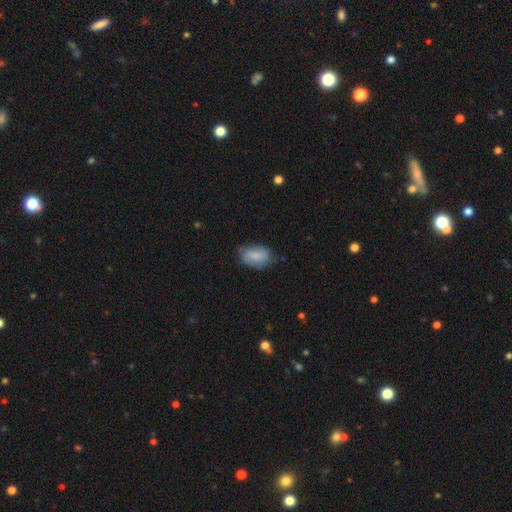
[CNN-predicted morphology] A smooth galaxy with no disk features (74%) that is in between round and cigar-shaped (90%). Merging: none (62%).